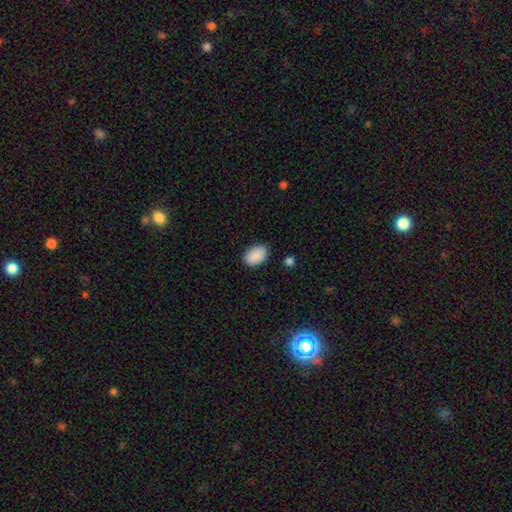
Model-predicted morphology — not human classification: smooth_or_featured: smooth (p=0.91) [alt: star or artifact p=0.06]
how_rounded: in between (p=0.88) [alt: round p=0.11]
merging: none (p=0.87) [alt: minor disturbance p=0.10]